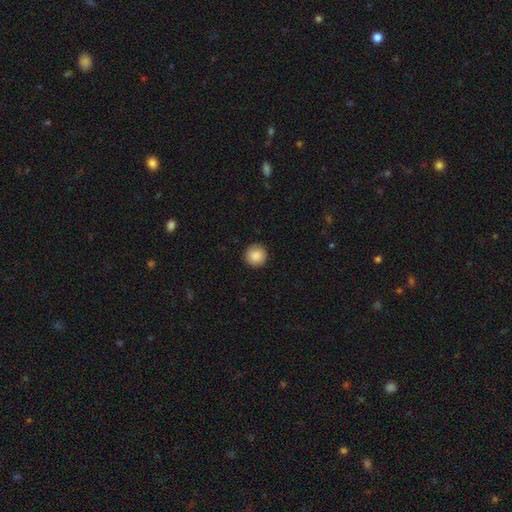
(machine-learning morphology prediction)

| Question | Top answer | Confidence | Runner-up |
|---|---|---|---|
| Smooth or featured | smooth | 88% | star or artifact (8%) |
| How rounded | round | 95% | in between (4%) |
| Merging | none | 90% | minor disturbance (7%) |